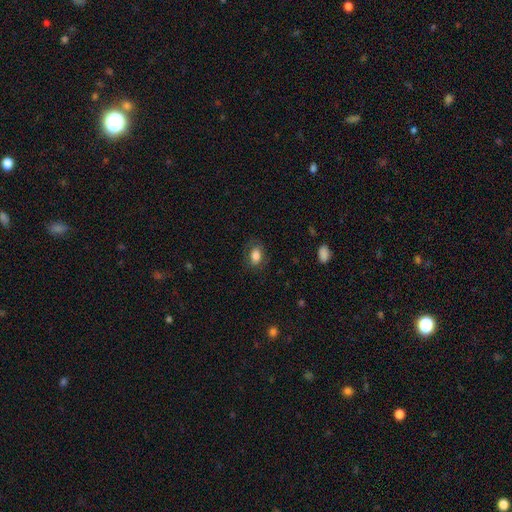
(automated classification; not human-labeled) smooth_or_featured: smooth (p=0.81) [alt: featured or disk p=0.12]
how_rounded: in between (p=0.83) [alt: round p=0.15]
merging: none (p=0.78) [alt: minor disturbance p=0.15]